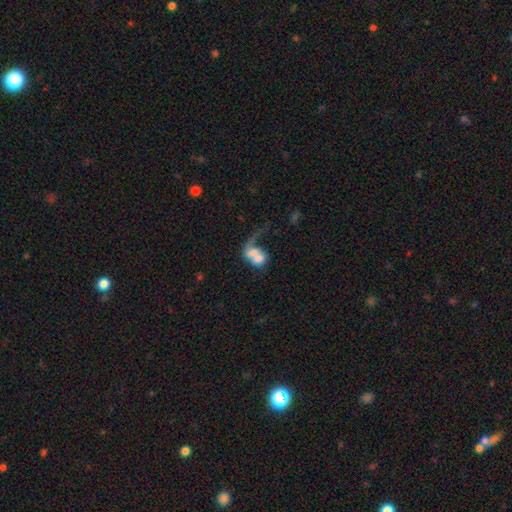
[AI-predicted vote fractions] This appears to be a smooth galaxy with no disk features (56%) that is in between round and cigar-shaped (54%). Merging: merger (61%).